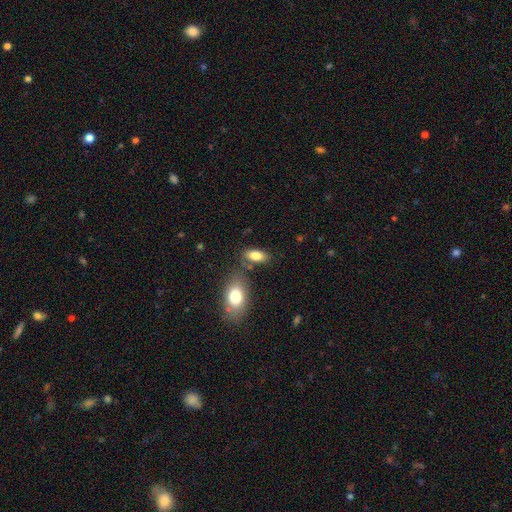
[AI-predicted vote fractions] smooth 82%, featured or disk 10%, star or artifact 8%. Down the decision tree: how rounded — in between (89%); merging — none (68%).